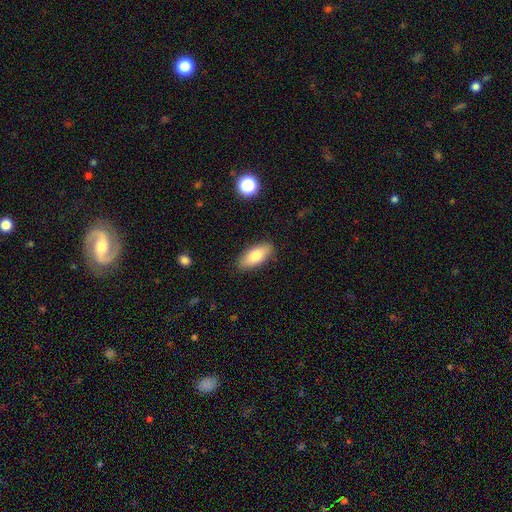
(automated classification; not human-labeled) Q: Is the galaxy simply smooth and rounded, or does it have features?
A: smooth — 78%.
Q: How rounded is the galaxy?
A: in between — 86%.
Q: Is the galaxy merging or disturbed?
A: none — 87%.